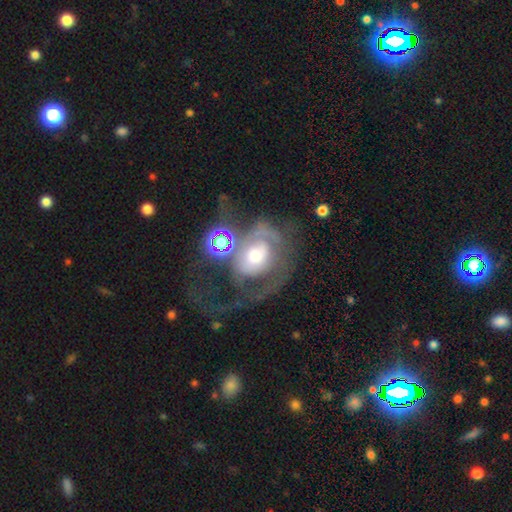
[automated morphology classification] Q: Smooth or featured?
A: featured or disk (67%); runner-up: smooth (20%)
Q: Edge-on disk?
A: no (96%); runner-up: yes (4%)
Q: Bar?
A: no (70%); runner-up: weak (22%)
Q: Spiral arms?
A: yes (71%); runner-up: no (29%)
Q: Bulge size?
A: moderate (53%); runner-up: small (30%)
Q: Merging?
A: major disturbance (50%); runner-up: none (23%)